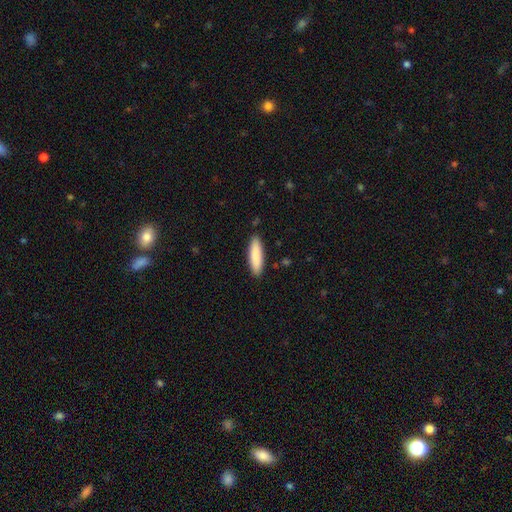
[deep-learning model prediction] Q: Smooth or featured?
A: smooth (88%); runner-up: featured or disk (7%)
Q: How rounded?
A: cigar-shaped (63%); runner-up: in between (36%)
Q: Merging?
A: none (88%); runner-up: minor disturbance (9%)